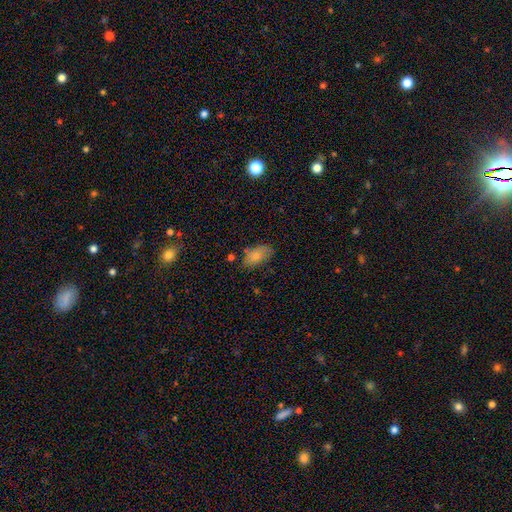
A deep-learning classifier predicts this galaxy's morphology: The model was most divided on "merging": none: 67%, minor disturbance: 23%, major disturbance: 6%, merger: 4%. More confident: how rounded — in between (92%); smooth or featured — smooth (80%).